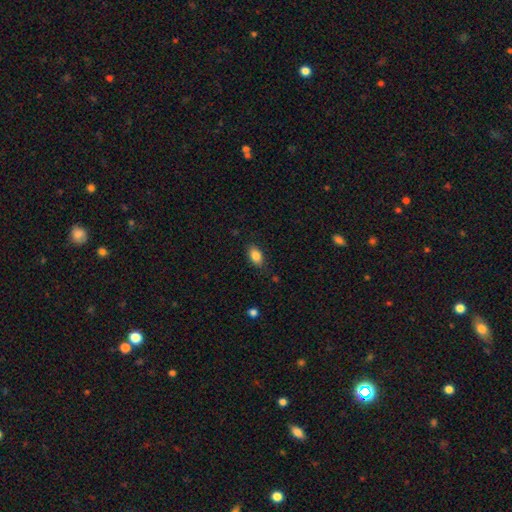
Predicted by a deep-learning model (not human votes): This appears to be a smooth galaxy with no disk features (86%) that is in between round and cigar-shaped (90%). Merging: none (83%).